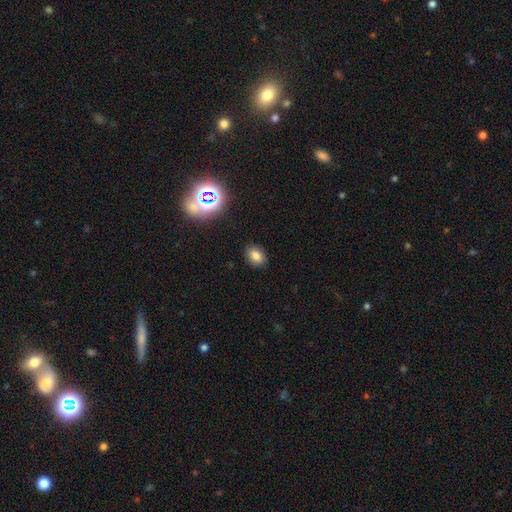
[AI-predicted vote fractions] Smooth or featured? smooth (80%)
How rounded? in between (70%)
Merging? none (88%)